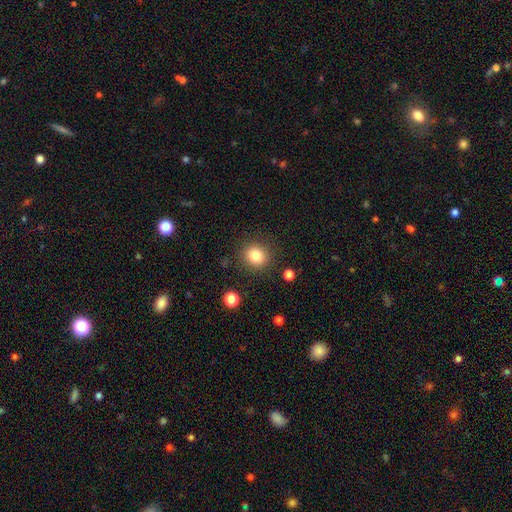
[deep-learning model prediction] Smooth or featured: smooth — 82% (star or artifact — 11%)
How rounded: round — 85% (in between — 15%)
Merging: none — 88% (minor disturbance — 7%)